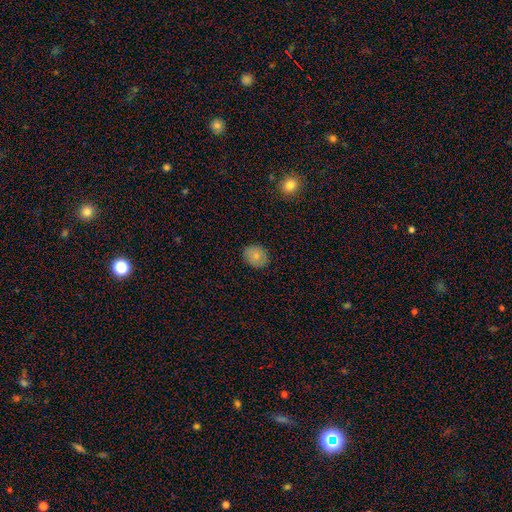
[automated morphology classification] Smooth or featured? Predicted: smooth (p=0.79). How rounded? Predicted: round (p=0.59). Merging? Predicted: none (p=0.87).